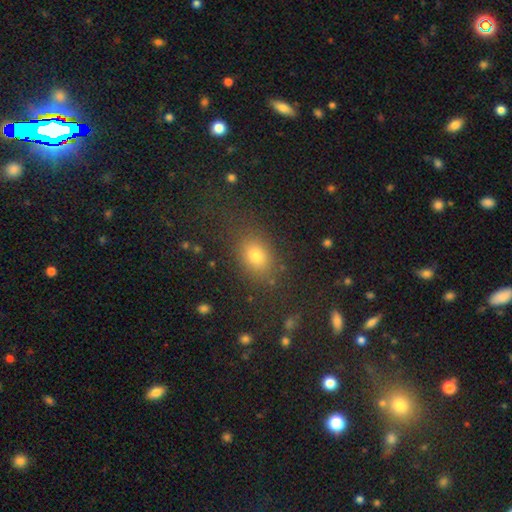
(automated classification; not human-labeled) Smooth or featured?
  - smooth: 75% *
  - star or artifact: 16%
  - featured or disk: 9%
How rounded?
  - in between: 70% *
  - round: 28%
  - cigar-shaped: 2%
Merging?
  - none: 76% *
  - minor disturbance: 13%
  - major disturbance: 8%
  - merger: 3%